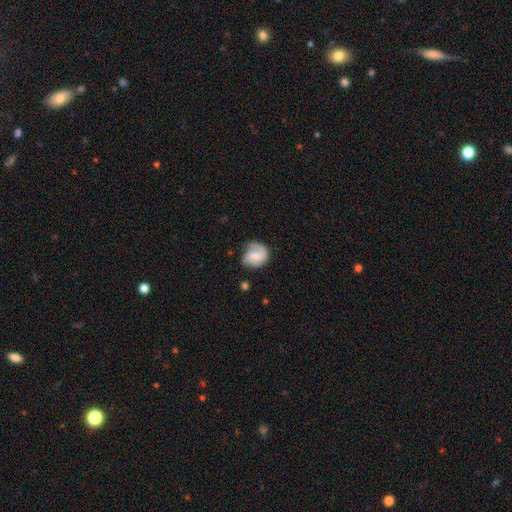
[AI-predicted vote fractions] A featured or disk galaxy (59%) with no bar (52%), 2 (51%) medium (43%) spiral arms (89%) and a small central bulge (44%). Merging: none (55%).